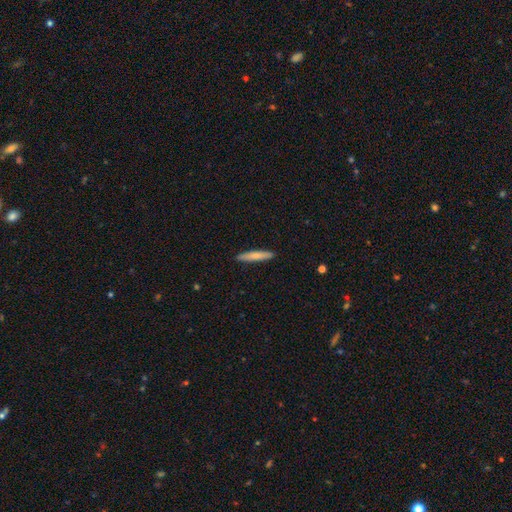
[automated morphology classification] Smooth or featured?
  - smooth: 77% *
  - featured or disk: 18%
  - star or artifact: 5%
How rounded?
  - cigar-shaped: 92% *
  - in between: 7%
  - round: 1%
Merging?
  - none: 91% *
  - minor disturbance: 7%
  - major disturbance: 1%
  - merger: 1%